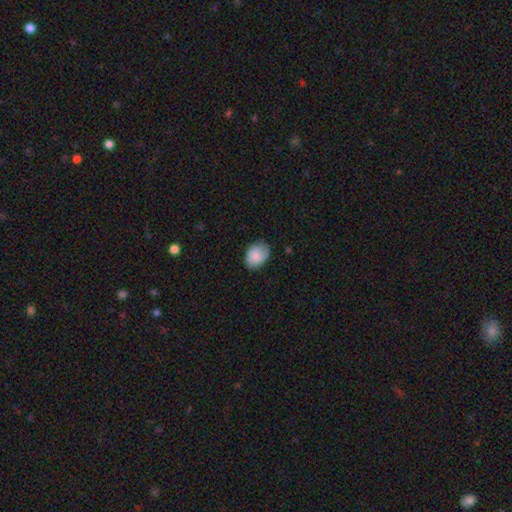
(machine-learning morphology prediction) A smooth galaxy with no disk features (79%) that is in between round and cigar-shaped (70%).

Vote fractions:
- Smooth or featured? smooth: 79% / featured or disk: 14% / star or artifact: 7%
- How rounded? in between: 70% / round: 30% / cigar-shaped: 1%
- Merging? none: 68% / minor disturbance: 25% / major disturbance: 6% / merger: 1%